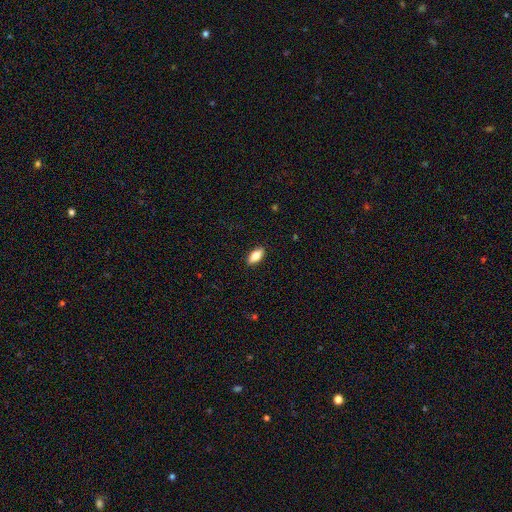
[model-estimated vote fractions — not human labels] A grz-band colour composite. It shows a smooth galaxy with no disk features (76%) that is in between round and cigar-shaped (85%). Merging: none (89%).